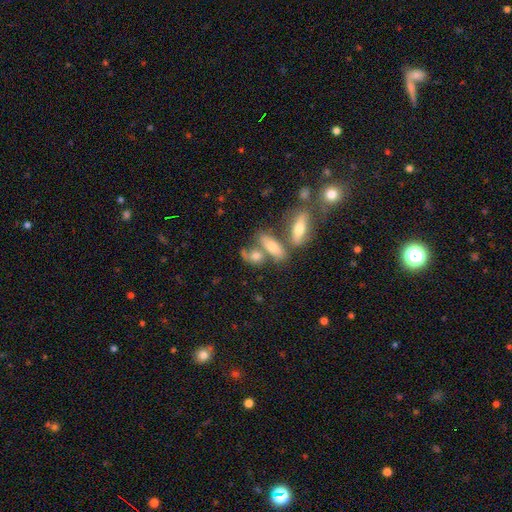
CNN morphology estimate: Smooth or featured: smooth — 63% (featured or disk — 27%)
How rounded: in between — 68% (cigar-shaped — 17%)
Merging: merger — 45% (none — 35%)